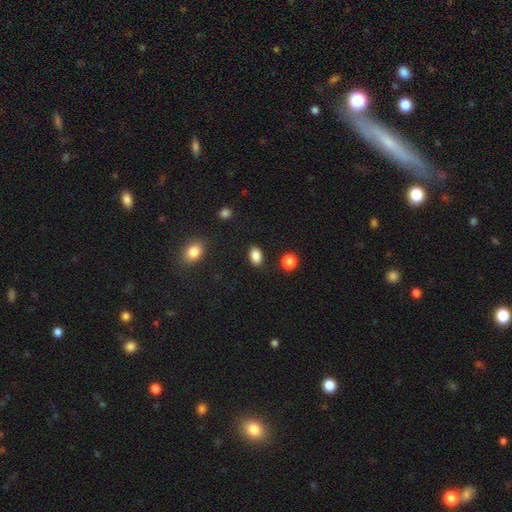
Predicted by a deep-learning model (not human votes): Morphology: type=smooth (87%); roundness=in between (85%); merging=none (86%).